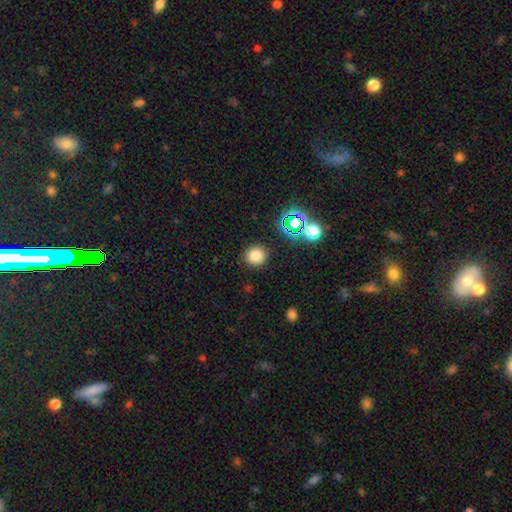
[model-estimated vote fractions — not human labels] Smooth or featured? Predicted: smooth (p=0.79). How rounded? Predicted: round (p=0.88). Merging? Predicted: none (p=0.89).